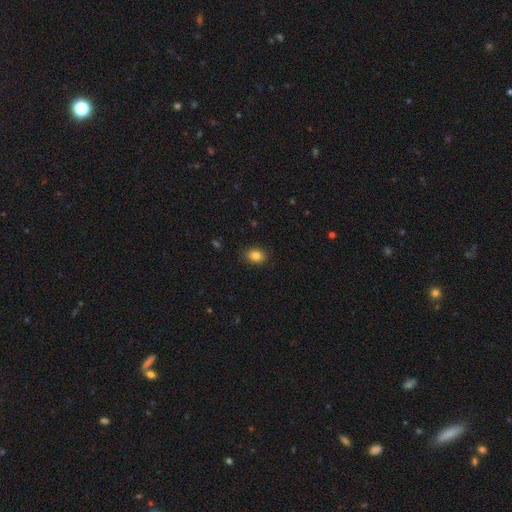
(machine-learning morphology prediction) Q: Smooth or featured?
A: smooth (83%); runner-up: star or artifact (10%)
Q: How rounded?
A: in between (55%); runner-up: round (44%)
Q: Merging?
A: none (89%); runner-up: minor disturbance (8%)